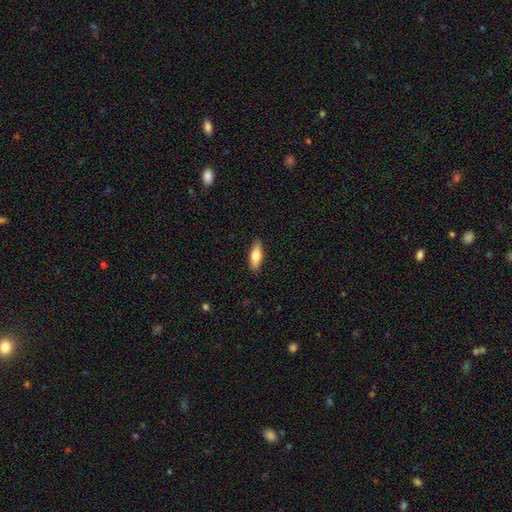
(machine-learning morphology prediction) This is likely a smooth galaxy (75%). How rounded: likely in between (71%). Merging: clearly none (89%).